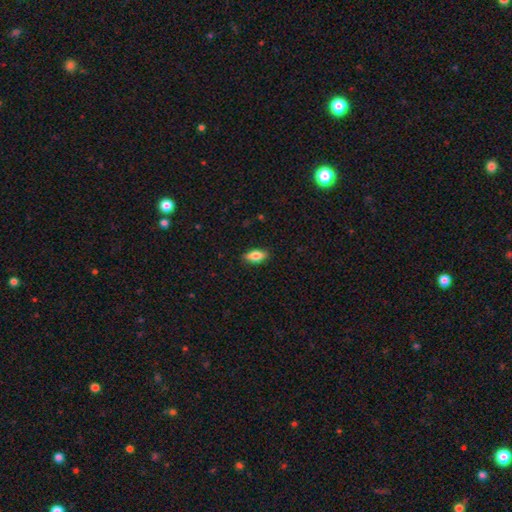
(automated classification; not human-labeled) This appears to be a smooth galaxy with no disk features (79%) that is in between round and cigar-shaped (86%). Merging: none (88%).